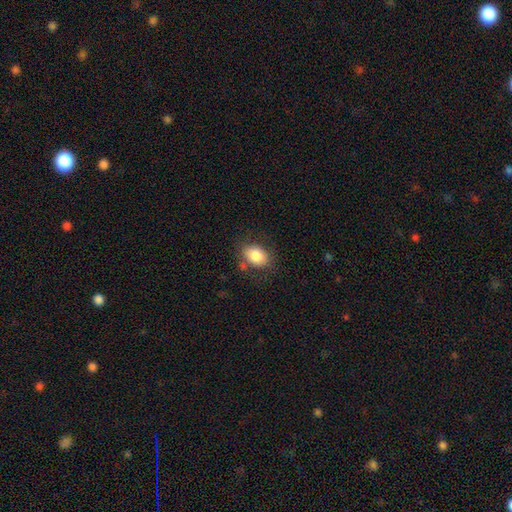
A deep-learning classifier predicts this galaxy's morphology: Smooth or featured?
  - smooth: 83% *
  - featured or disk: 9%
  - star or artifact: 8%
How rounded?
  - in between: 72% *
  - round: 27%
  - cigar-shaped: 1%
Merging?
  - none: 73% *
  - minor disturbance: 17%
  - major disturbance: 6%
  - merger: 4%